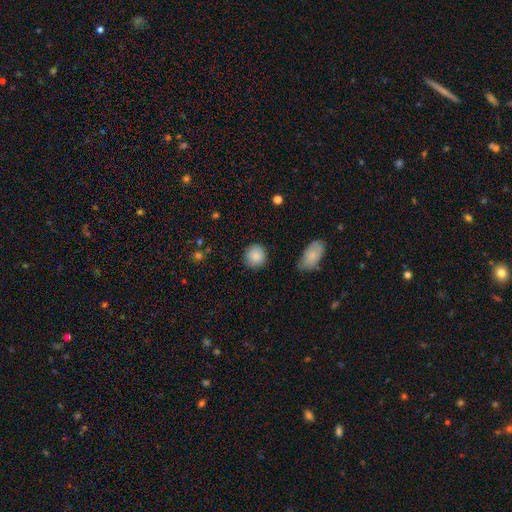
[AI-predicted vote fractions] smooth_or_featured: smooth (p=0.87) [alt: star or artifact p=0.07]
how_rounded: round (p=0.89) [alt: in between p=0.10]
merging: none (p=0.86) [alt: minor disturbance p=0.10]